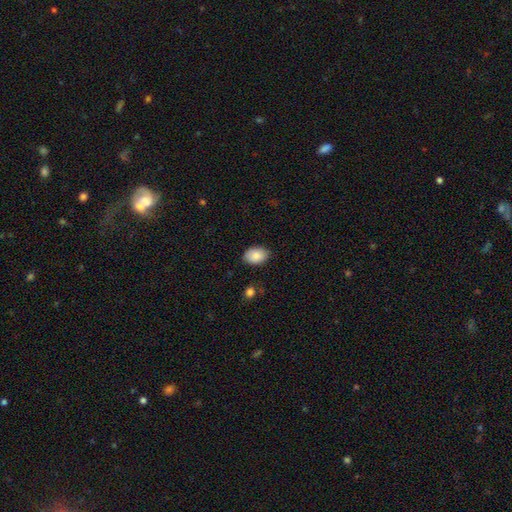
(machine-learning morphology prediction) This is clearly a smooth galaxy (86%). How rounded: clearly in between (85%). Merging: clearly none (83%).